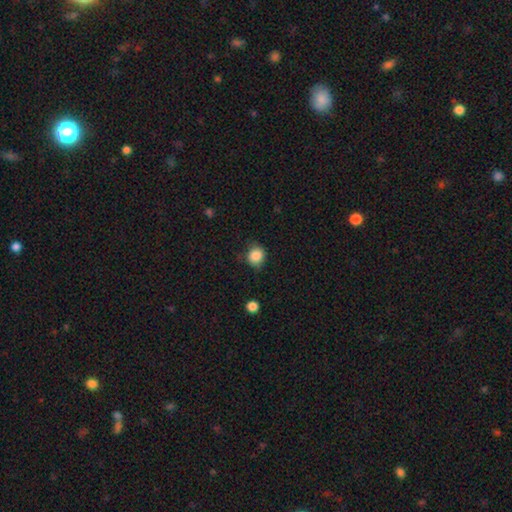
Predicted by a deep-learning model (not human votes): This is clearly a smooth galaxy (86%). How rounded: likely round (76%). Merging: likely none (72%).